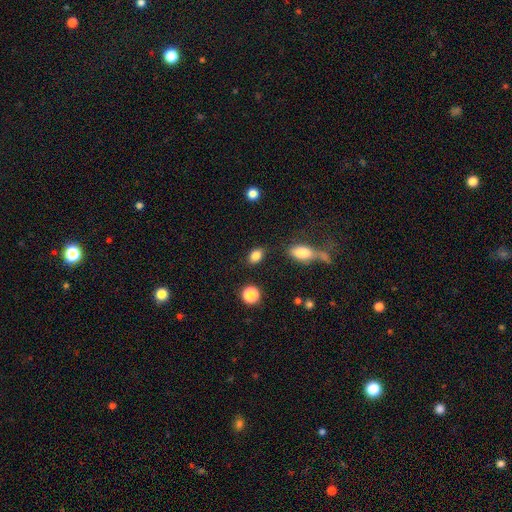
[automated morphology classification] Smooth or featured? smooth (85%)
How rounded? in between (80%)
Merging? none (82%)